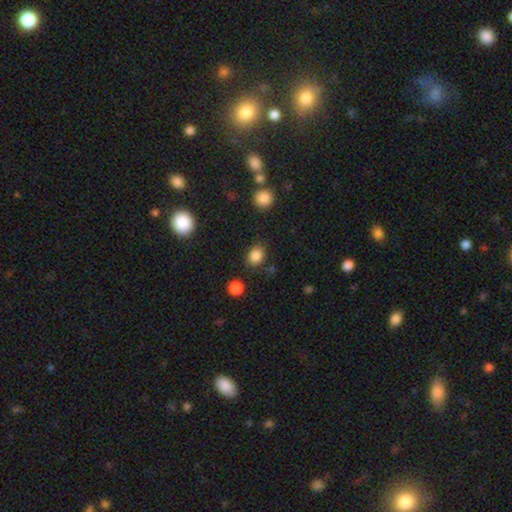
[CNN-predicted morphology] smooth-or-featured: smooth: 85% | star or artifact: 11% | featured or disk: 4%
  how-rounded: round: 53% | in between: 46% | cigar-shaped: 1%
  merging: none: 81% | minor disturbance: 13% | major disturbance: 4% | merger: 3%